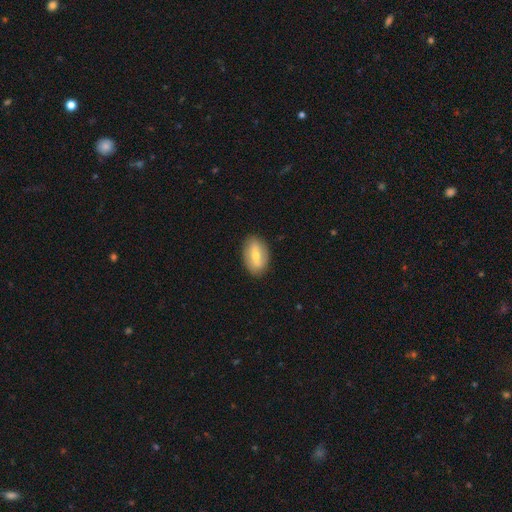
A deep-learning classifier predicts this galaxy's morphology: type=smooth (51%); roundness=in between (88%); merging=none (85%).